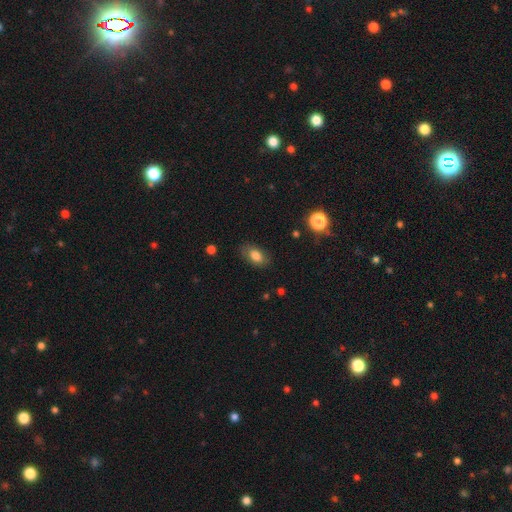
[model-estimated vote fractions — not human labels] The model was most divided on "merging": none: 80%, minor disturbance: 15%, major disturbance: 4%, merger: 1%. More confident: how rounded — in between (90%); smooth or featured — smooth (80%).